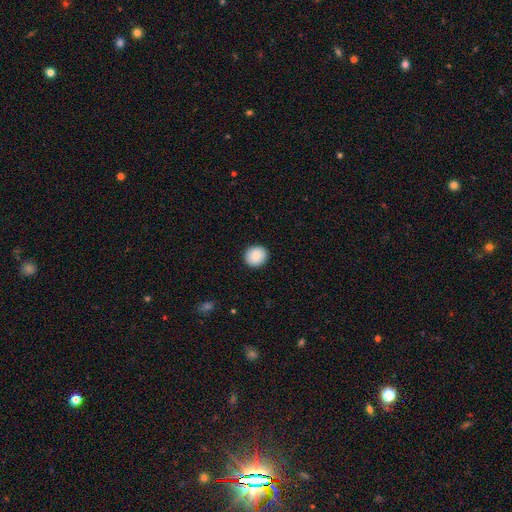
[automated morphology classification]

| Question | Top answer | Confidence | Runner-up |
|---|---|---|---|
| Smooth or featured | smooth | 88% | star or artifact (7%) |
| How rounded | round | 86% | in between (13%) |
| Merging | none | 92% | minor disturbance (6%) |